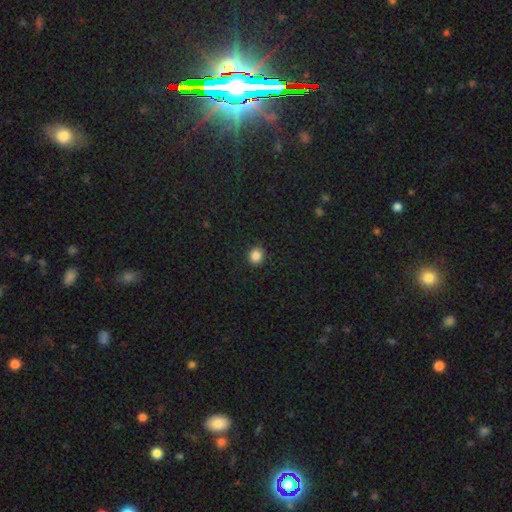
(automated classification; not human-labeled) smooth 86%, star or artifact 11%, featured or disk 3%. Down the decision tree: how rounded — round (81%); merging — none (91%).